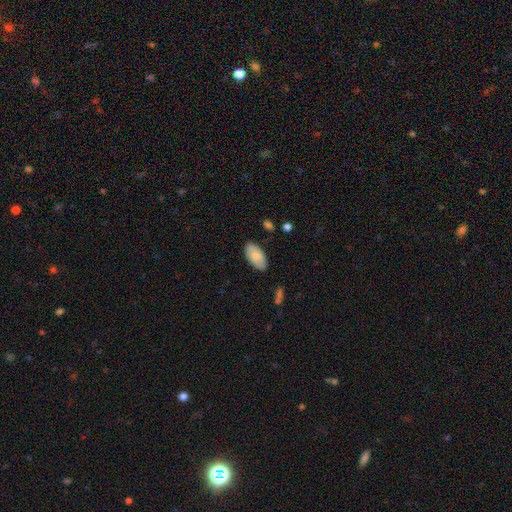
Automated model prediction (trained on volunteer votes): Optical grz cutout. It shows a smooth galaxy with no disk features (84%) that is in between round and cigar-shaped (95%). Merging: none (83%).